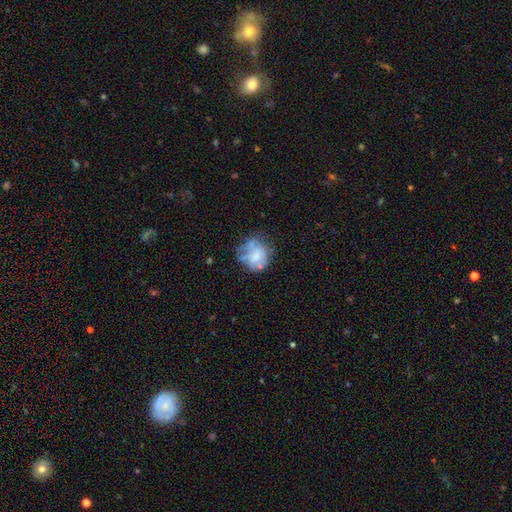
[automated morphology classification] smooth_or_featured: featured or disk (p=0.46) [alt: smooth p=0.43]
merging: none (p=0.43) [alt: minor disturbance p=0.25]